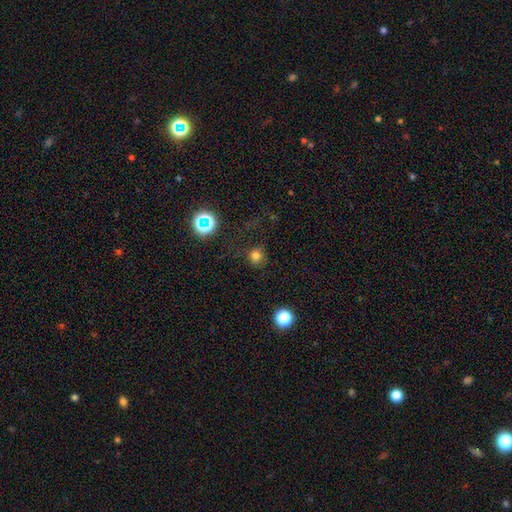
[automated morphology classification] Smooth or featured?
  - smooth: 74% *
  - star or artifact: 20%
  - featured or disk: 6%
How rounded?
  - round: 92% *
  - in between: 7%
  - cigar-shaped: 1%
Merging?
  - none: 82% *
  - minor disturbance: 11%
  - major disturbance: 5%
  - merger: 2%